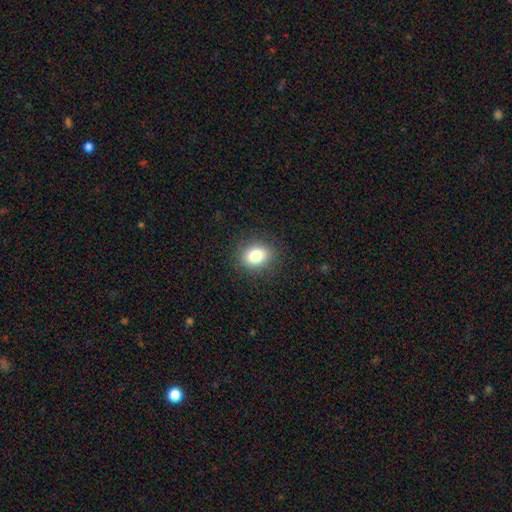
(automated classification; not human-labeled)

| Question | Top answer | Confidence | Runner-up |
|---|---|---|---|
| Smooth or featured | smooth | 81% | star or artifact (11%) |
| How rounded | in between | 51% | round (48%) |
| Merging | none | 88% | minor disturbance (8%) |